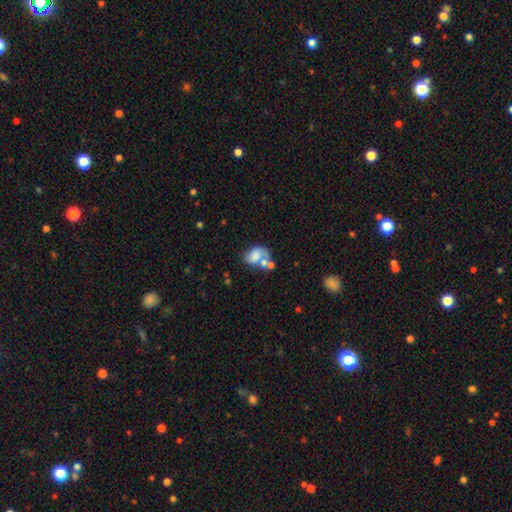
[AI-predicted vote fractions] smooth_or_featured: smooth (p=0.59) [alt: featured or disk p=0.30]
how_rounded: in between (p=0.70) [alt: round p=0.29]
merging: merger (p=0.38) [alt: none p=0.29]